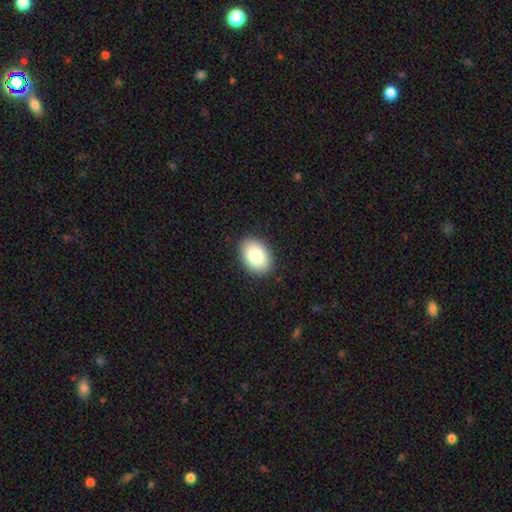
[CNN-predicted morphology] Smooth or featured? Predicted: smooth (p=0.84). How rounded? Predicted: in between (p=0.83). Merging? Predicted: none (p=0.89).